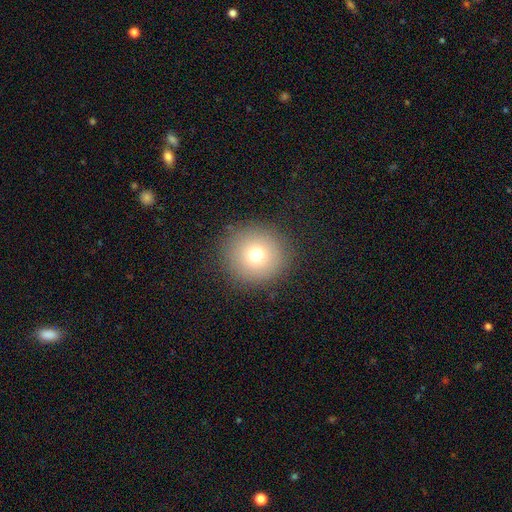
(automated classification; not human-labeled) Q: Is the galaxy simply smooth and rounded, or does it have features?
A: smooth — 72%.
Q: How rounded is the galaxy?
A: round — 94%.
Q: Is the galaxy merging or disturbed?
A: none — 89%.